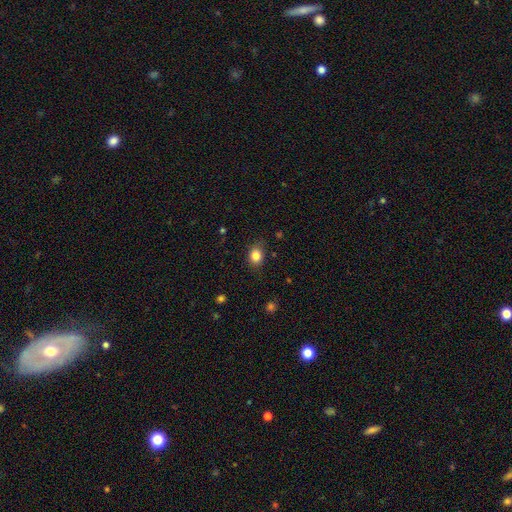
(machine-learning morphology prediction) Smooth or featured? smooth (83%)
How rounded? in between (51%)
Merging? none (80%)